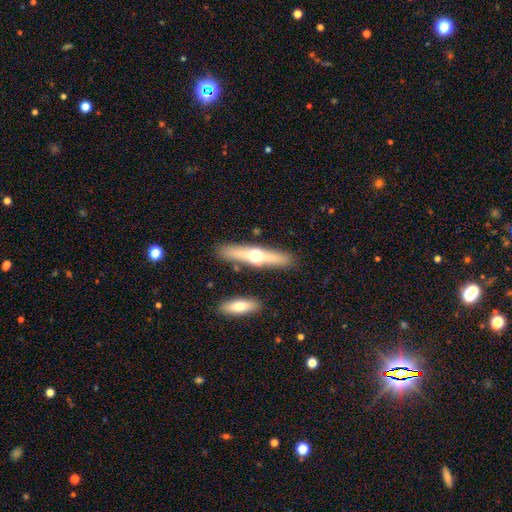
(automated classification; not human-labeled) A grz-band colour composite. It shows a featured or disk galaxy (57%) viewed edge-on (92%) with a rounded central bulge (94%). Merging: none (85%).